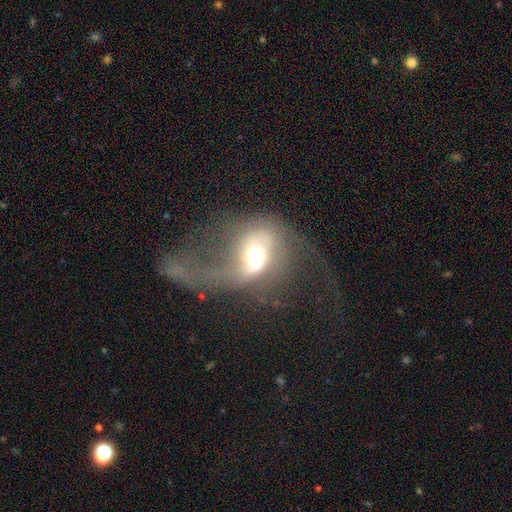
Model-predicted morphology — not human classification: A featured or disk galaxy (45%). Merging: major disturbance (47%).